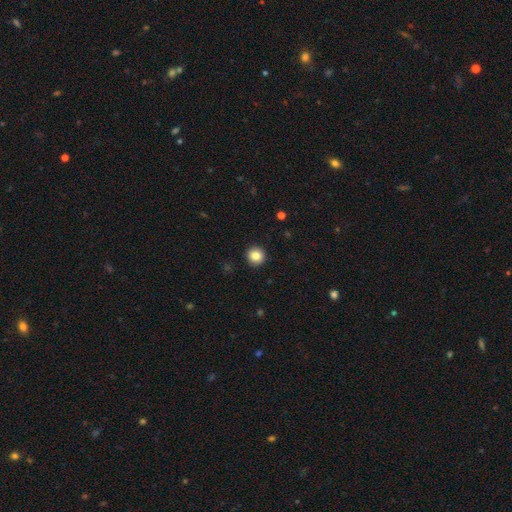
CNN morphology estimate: Smooth or featured? Predicted: smooth (p=0.85). How rounded? Predicted: round (p=0.95). Merging? Predicted: none (p=0.93).